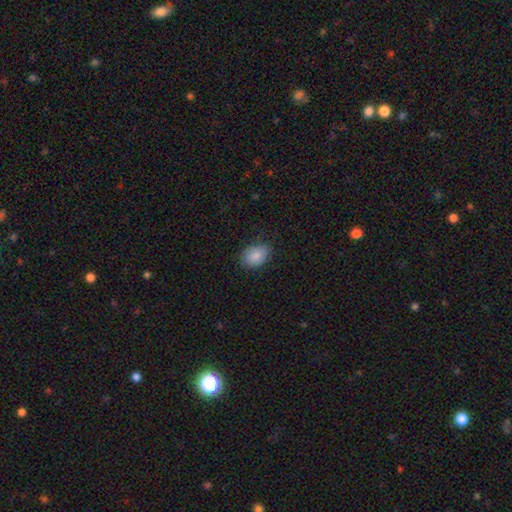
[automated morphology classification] Smooth or featured? smooth (88%)
How rounded? in between (74%)
Merging? none (79%)